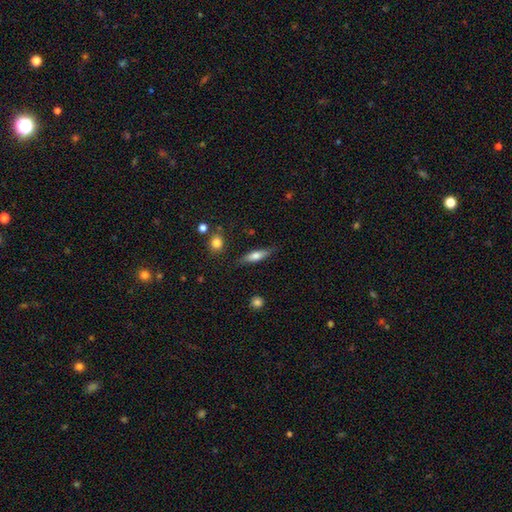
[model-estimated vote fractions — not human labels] Q: Smooth or featured?
A: smooth (63%); runner-up: featured or disk (30%)
Q: How rounded?
A: cigar-shaped (57%); runner-up: in between (40%)
Q: Merging?
A: none (81%); runner-up: minor disturbance (14%)